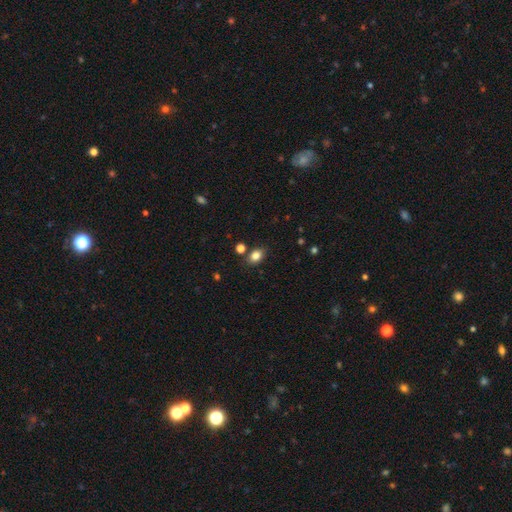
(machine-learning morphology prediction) type=smooth (83%); roundness=in between (71%); merging=none (79%).